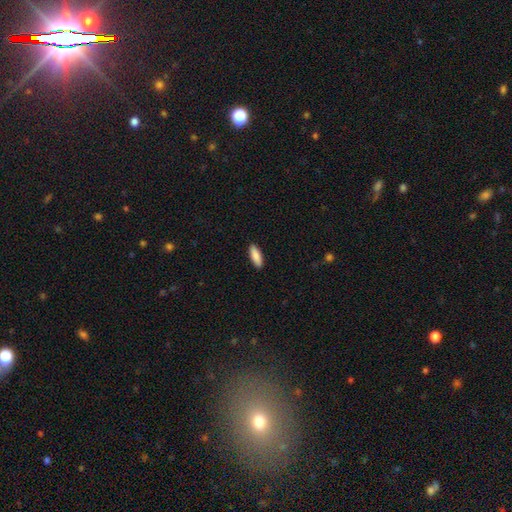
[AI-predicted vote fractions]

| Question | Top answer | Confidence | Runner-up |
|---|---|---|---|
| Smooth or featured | smooth | 89% | featured or disk (6%) |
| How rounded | in between | 58% | cigar-shaped (40%) |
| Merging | none | 90% | minor disturbance (7%) |